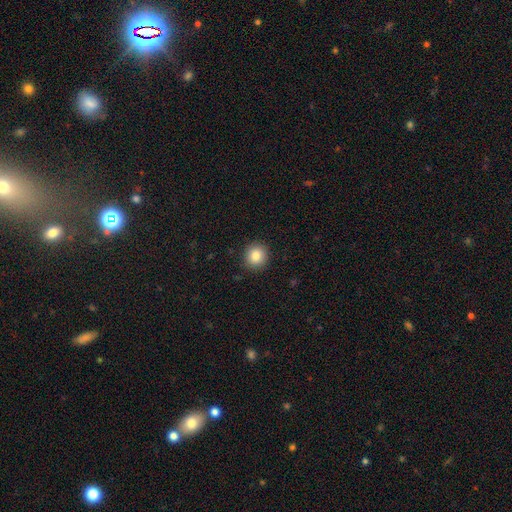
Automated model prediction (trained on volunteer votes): smooth 85%, star or artifact 9%, featured or disk 6%. Down the decision tree: how rounded — round (88%); merging — none (90%).